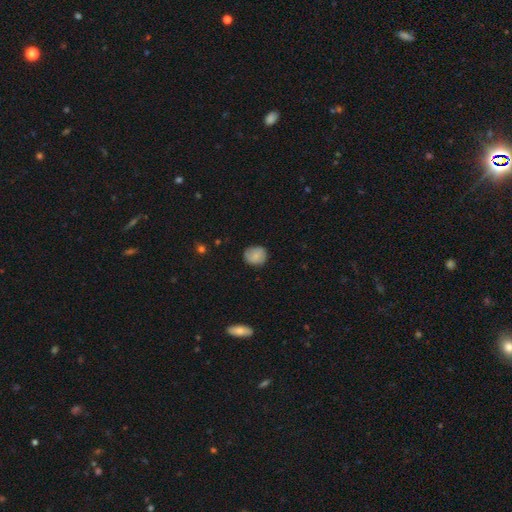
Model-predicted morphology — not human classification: Smooth or featured?
  - smooth: 82% *
  - featured or disk: 10%
  - star or artifact: 8%
How rounded?
  - round: 73% *
  - in between: 26%
  - cigar-shaped: 1%
Merging?
  - none: 78% *
  - minor disturbance: 17%
  - major disturbance: 3%
  - merger: 1%